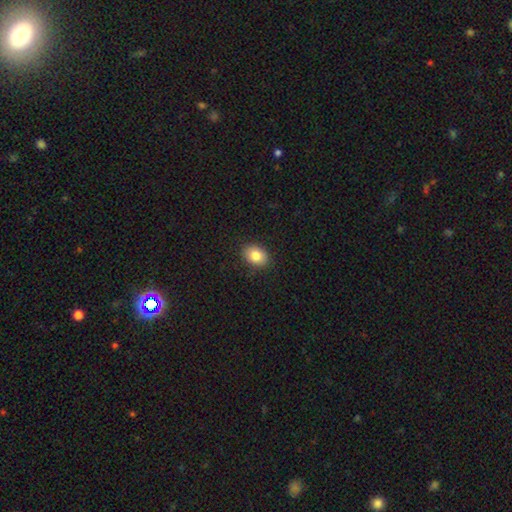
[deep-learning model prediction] This is clearly a smooth galaxy (84%). How rounded: likely in between (73%). Merging: clearly none (89%).